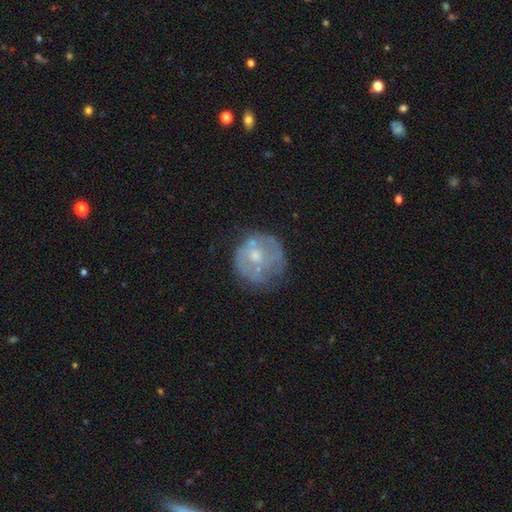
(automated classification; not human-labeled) A featured or disk galaxy (56%) with no bar (79%), no spiral arms (65%) and a moderate central bulge (52%). Merging: none (54%).